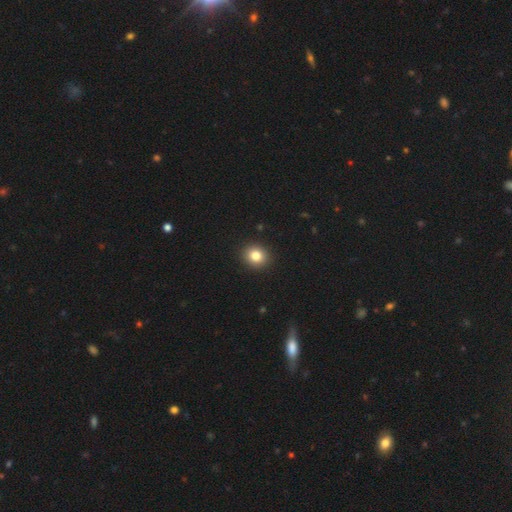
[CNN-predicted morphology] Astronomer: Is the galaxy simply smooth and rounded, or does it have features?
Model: smooth — 83%.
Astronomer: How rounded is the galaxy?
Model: round — 76%.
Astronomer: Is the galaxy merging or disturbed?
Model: none — 92%.